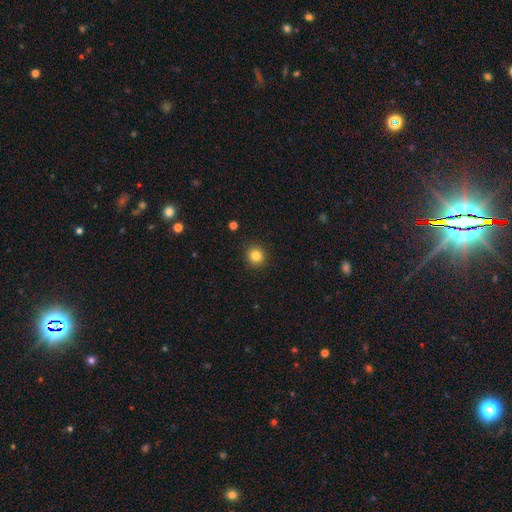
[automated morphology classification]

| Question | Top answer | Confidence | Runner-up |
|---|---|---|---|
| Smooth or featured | smooth | 84% | star or artifact (11%) |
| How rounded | round | 92% | in between (7%) |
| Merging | none | 91% | minor disturbance (6%) |